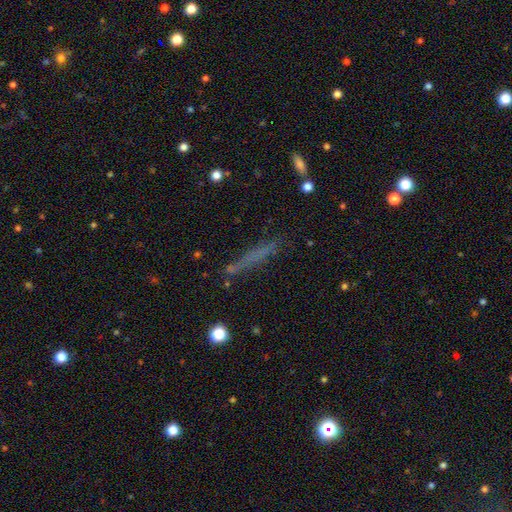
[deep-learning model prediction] This appears to be a smooth galaxy with no disk features (56%) that is cigar-shaped (92%). Merging: none (78%).